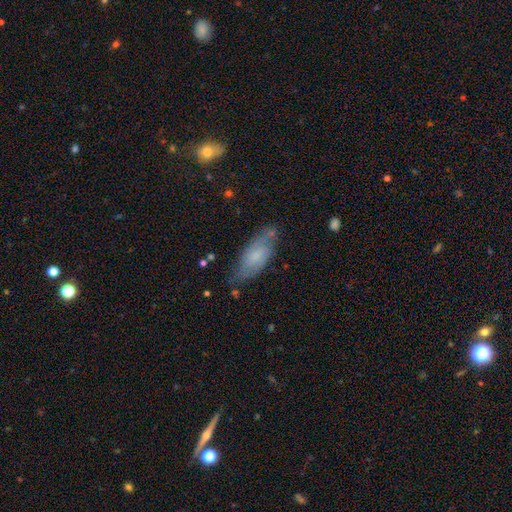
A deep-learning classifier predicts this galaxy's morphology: A smooth galaxy with no disk features (46%).

Vote fractions:
- Smooth or featured? smooth: 46% / featured or disk: 45% / star or artifact: 9%
- Merging? none: 71% / minor disturbance: 21% / major disturbance: 6% / merger: 3%